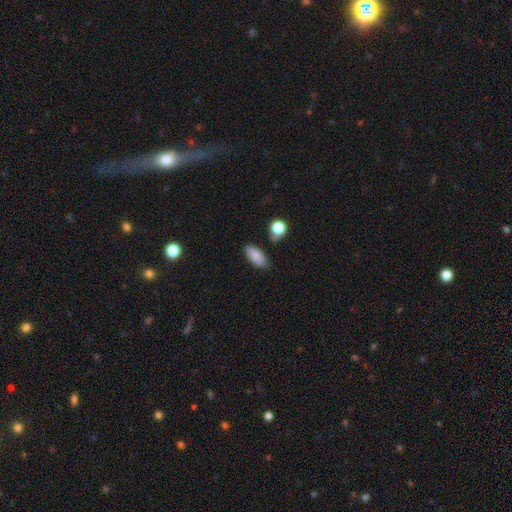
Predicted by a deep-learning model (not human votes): Overall: smooth (86%). How rounded: in between (88%). Merging: none (80%).